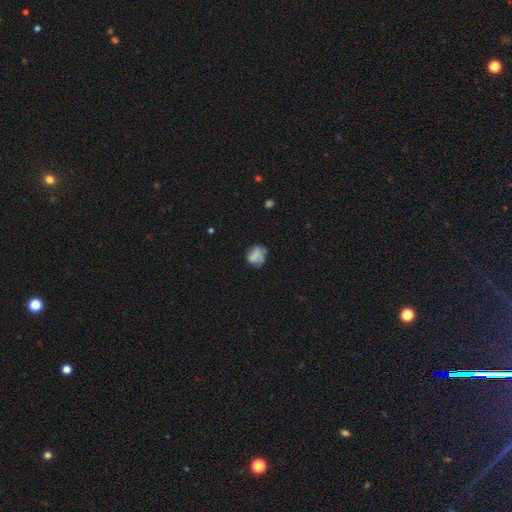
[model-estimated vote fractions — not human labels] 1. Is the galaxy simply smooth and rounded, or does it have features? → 60% smooth, 28% featured or disk, 12% star or artifact.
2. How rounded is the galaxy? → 50% in between, 48% round, 2% cigar-shaped.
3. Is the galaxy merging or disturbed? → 48% none, 27% minor disturbance, 18% major disturbance, 7% merger.